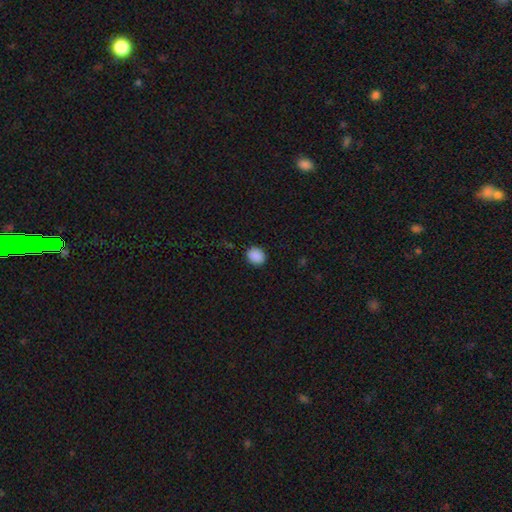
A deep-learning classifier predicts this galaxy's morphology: Q: Smooth or featured?
A: smooth (89%); runner-up: star or artifact (8%)
Q: How rounded?
A: round (65%); runner-up: in between (34%)
Q: Merging?
A: none (88%); runner-up: minor disturbance (9%)